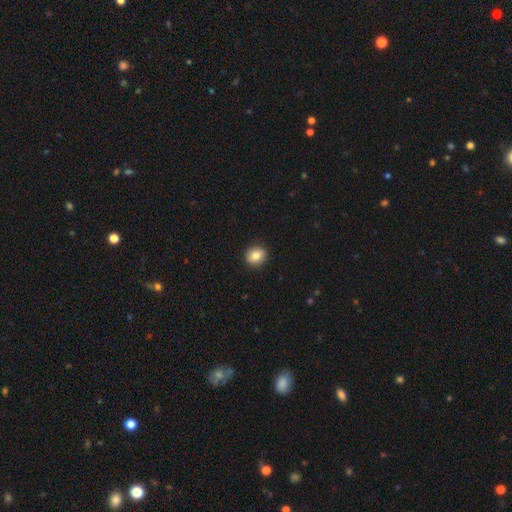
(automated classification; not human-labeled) A smooth galaxy with no disk features (83%) that is round (78%). Merging: none (91%).